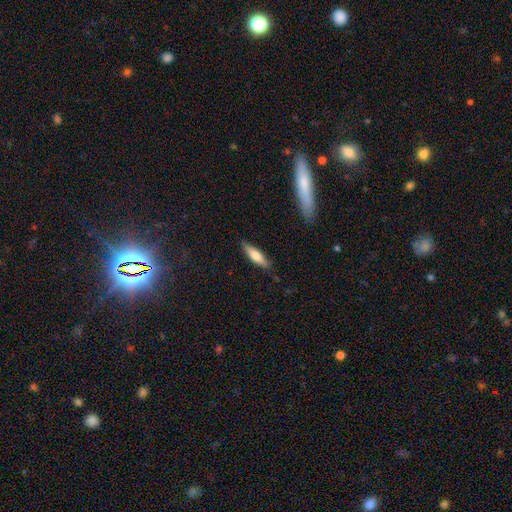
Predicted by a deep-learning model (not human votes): smooth-or-featured: smooth: 70% | featured or disk: 25% | star or artifact: 6%
  how-rounded: cigar-shaped: 64% | in between: 35% | round: 2%
  merging: none: 85% | minor disturbance: 11% | major disturbance: 2% | merger: 1%